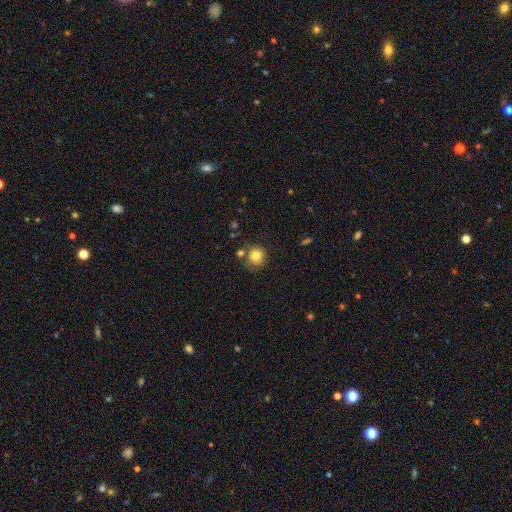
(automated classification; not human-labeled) Q: Smooth or featured?
A: smooth (81%); runner-up: star or artifact (10%)
Q: How rounded?
A: round (90%); runner-up: in between (9%)
Q: Merging?
A: none (67%); runner-up: minor disturbance (17%)